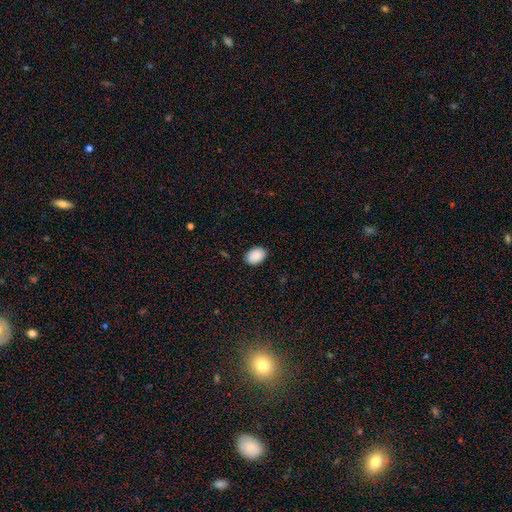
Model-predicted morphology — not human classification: Smooth or featured? Predicted: smooth (p=0.90). How rounded? Predicted: in between (p=0.82). Merging? Predicted: none (p=0.87).